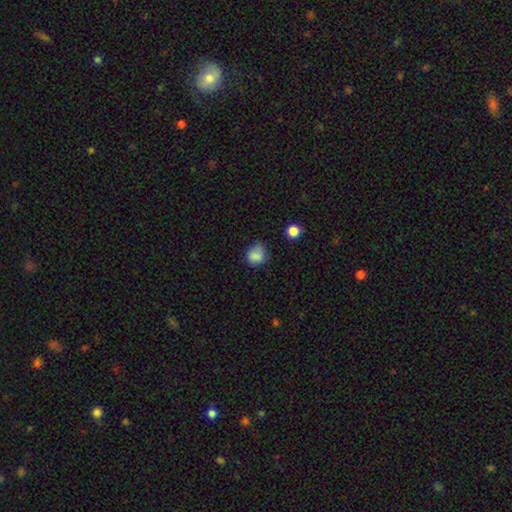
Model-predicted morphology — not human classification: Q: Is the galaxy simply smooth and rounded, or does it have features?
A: smooth — 82%.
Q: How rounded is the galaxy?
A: round — 63%.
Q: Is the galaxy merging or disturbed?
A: none — 52%.